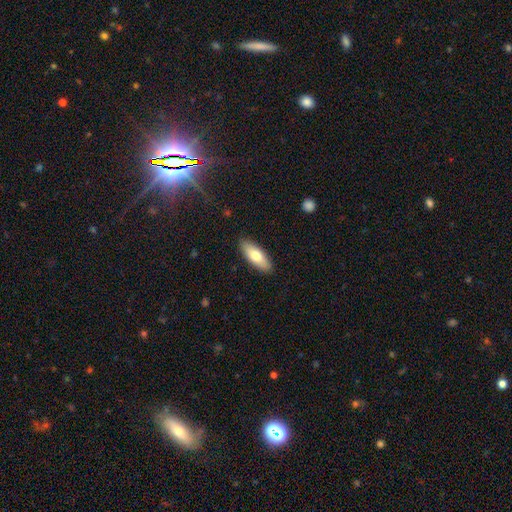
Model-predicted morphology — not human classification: This is likely a smooth galaxy (72%). How rounded: likely in between (70%). Merging: clearly none (89%).